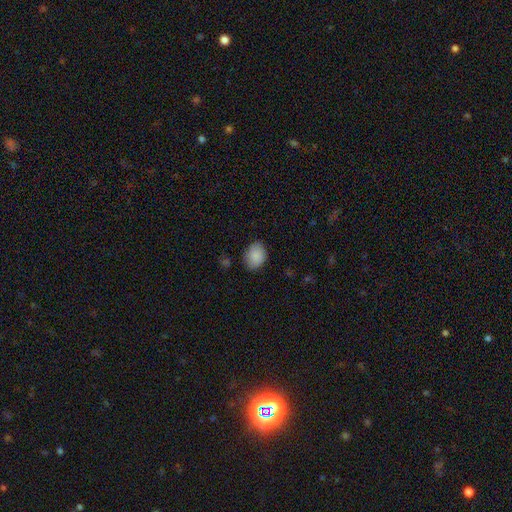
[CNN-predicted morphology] This is clearly a smooth galaxy (88%). How rounded: likely in between (64%). Merging: clearly none (81%).